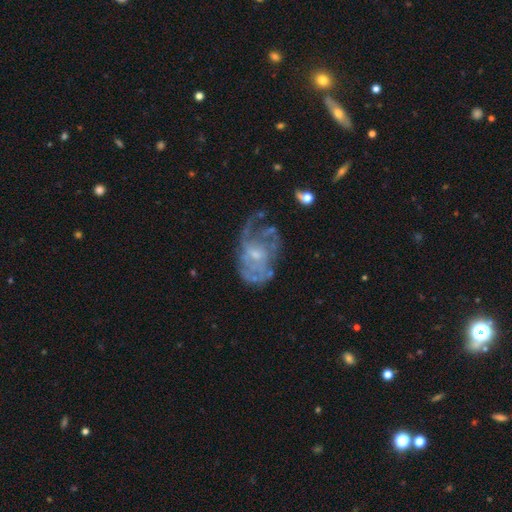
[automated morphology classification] Smooth or featured?
  - featured or disk: 79% *
  - smooth: 13%
  - star or artifact: 8%
Edge-on disk?
  - no: 97% *
  - yes: 3%
Bar?
  - no: 61% *
  - weak: 34%
  - strong: 5%
Spiral arms?
  - yes: 76% *
  - no: 24%
Spiral winding?
  - tight: 40% *
  - medium: 37%
  - loose: 23%
Spiral arm count?
  - can't tell: 51% *
  - 2: 15%
  - 3: 12%
  - 1: 8%
  - 4: 8%
  - more than 4: 5%
Bulge size?
  - small: 57% *
  - moderate: 33%
  - none: 8%
  - large: 2%
  - dominant: 1%
Merging?
  - none: 40% *
  - major disturbance: 32%
  - minor disturbance: 25%
  - merger: 4%